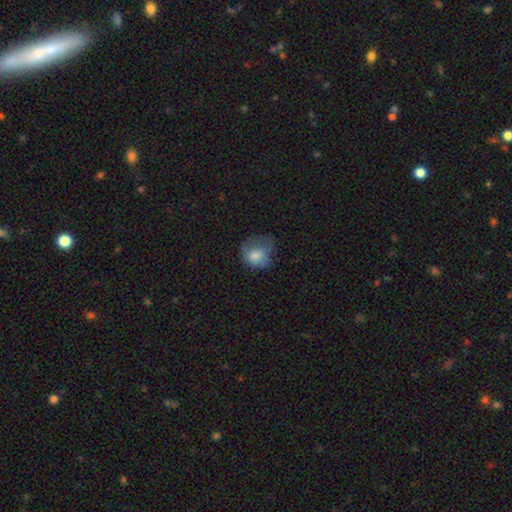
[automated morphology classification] This appears to be a smooth galaxy with no disk features (74%) that is round (57%). Merging: none (35%).